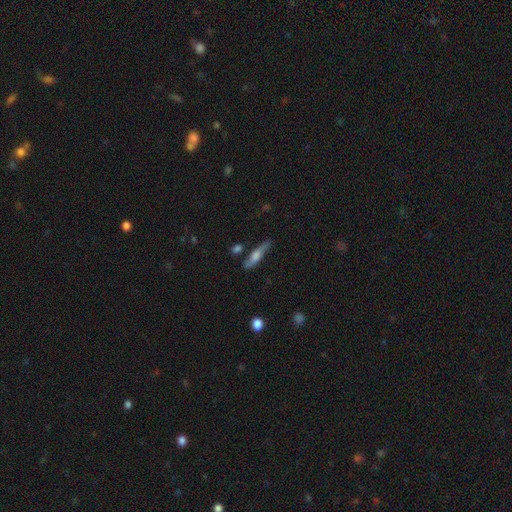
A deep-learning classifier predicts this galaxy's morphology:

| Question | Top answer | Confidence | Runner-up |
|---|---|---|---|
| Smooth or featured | smooth | 50% | featured or disk (43%) |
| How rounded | cigar-shaped | 82% | in between (15%) |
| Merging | none | 75% | minor disturbance (16%) |